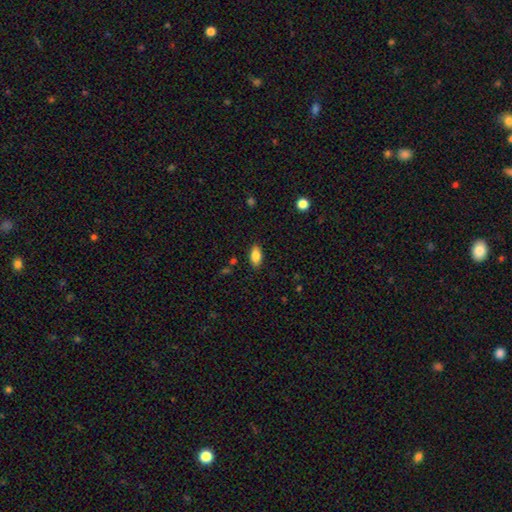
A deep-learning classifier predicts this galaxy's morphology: Smooth or featured?
  - smooth: 86% *
  - star or artifact: 8%
  - featured or disk: 6%
How rounded?
  - in between: 91% *
  - cigar-shaped: 6%
  - round: 3%
Merging?
  - none: 86% *
  - minor disturbance: 10%
  - major disturbance: 2%
  - merger: 1%